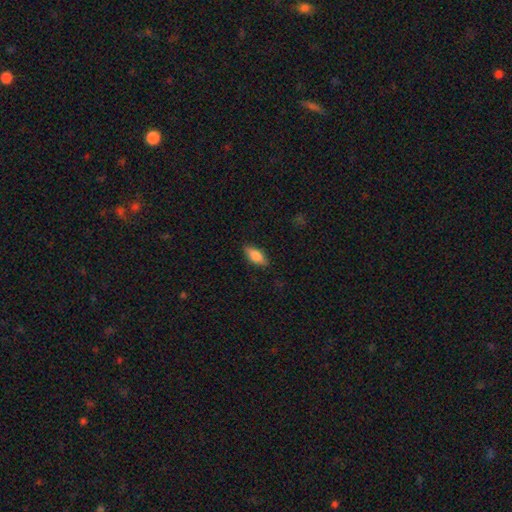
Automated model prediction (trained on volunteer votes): The model was most divided on "smooth or featured": smooth: 77%, featured or disk: 16%, star or artifact: 7%. More confident: merging — none (82%); how rounded — in between (81%).